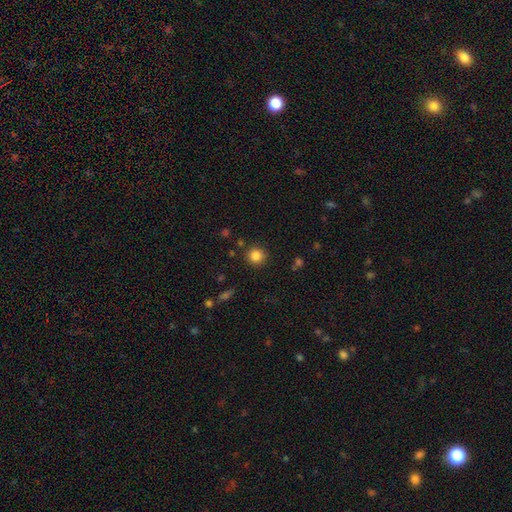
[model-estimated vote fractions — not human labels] The model was most divided on "smooth or featured": smooth: 84%, star or artifact: 12%, featured or disk: 5%. More confident: how rounded — round (93%); merging — none (89%).